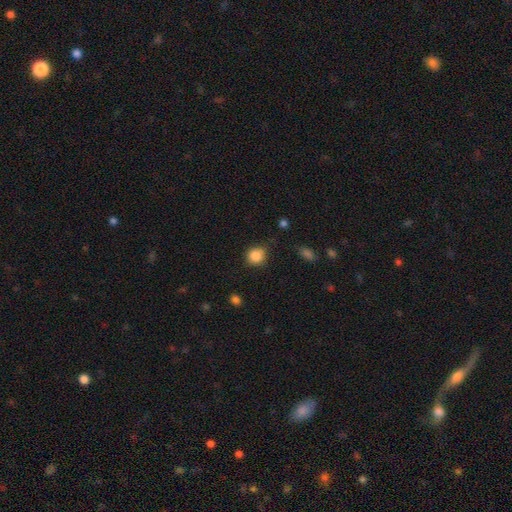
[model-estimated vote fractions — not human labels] This is clearly a smooth galaxy (86%). How rounded: clearly round (83%). Merging: likely none (77%).